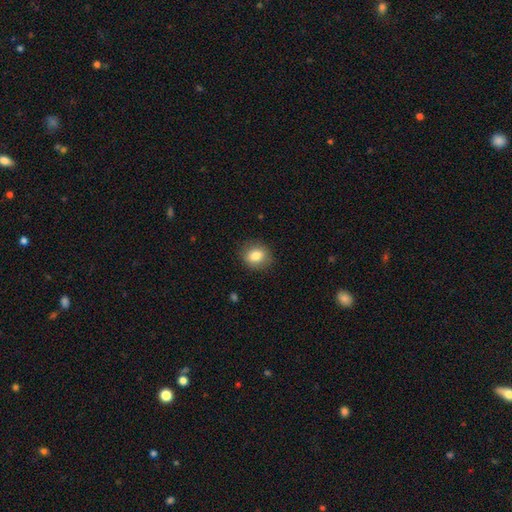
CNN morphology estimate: smooth_or_featured: smooth (p=0.83) [alt: star or artifact p=0.09]
how_rounded: round (p=0.68) [alt: in between p=0.31]
merging: none (p=0.86) [alt: minor disturbance p=0.10]